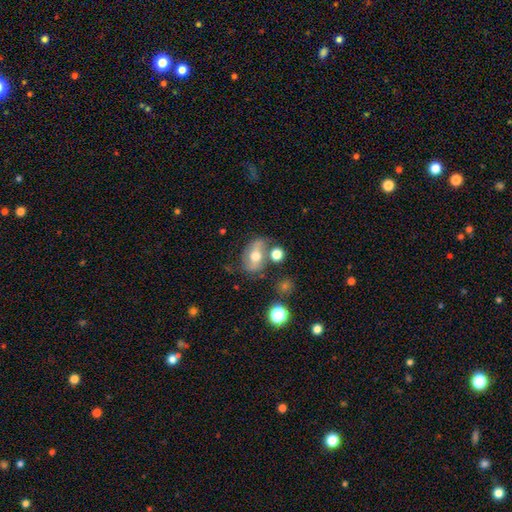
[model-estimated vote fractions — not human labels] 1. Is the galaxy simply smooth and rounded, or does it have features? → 48% smooth, 41% featured or disk, 11% star or artifact.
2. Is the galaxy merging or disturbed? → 55% none, 21% minor disturbance, 13% merger, 10% major disturbance.